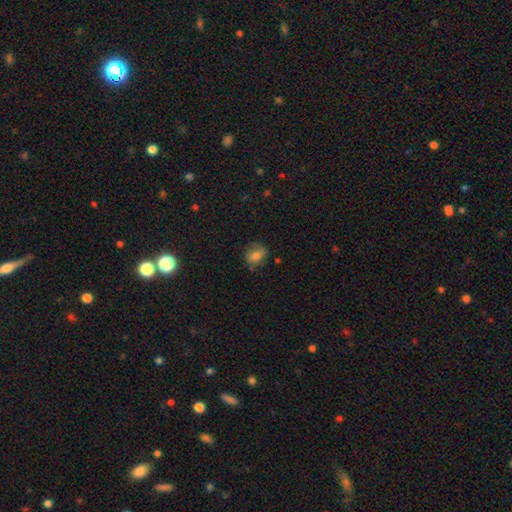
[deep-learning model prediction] This is likely a smooth galaxy (70%). How rounded: possibly round (58%). Merging: likely none (65%).